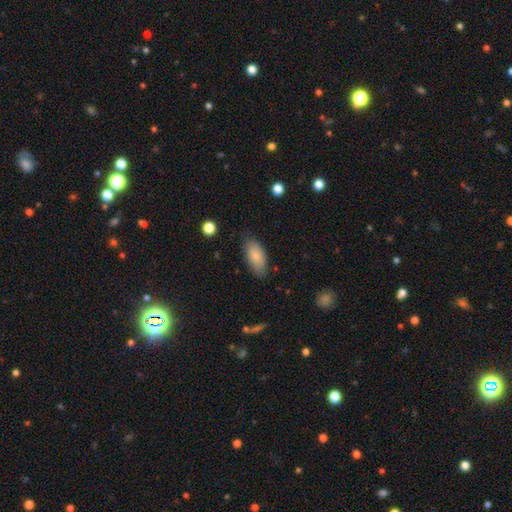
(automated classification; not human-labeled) Morphology: type=smooth (80%); roundness=in between (91%); merging=none (77%).